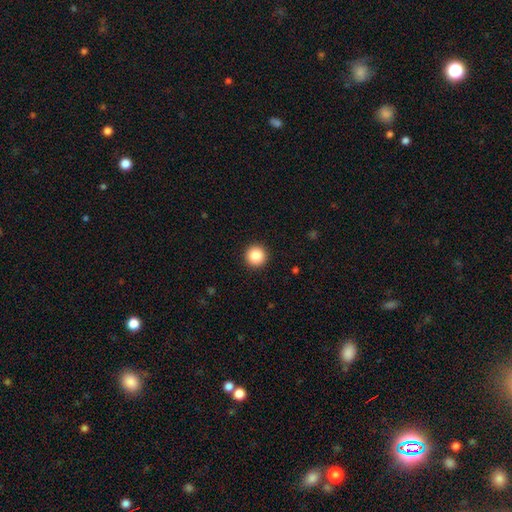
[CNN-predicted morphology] This appears to be a smooth galaxy with no disk features (86%) that is round (96%). Merging: none (94%).